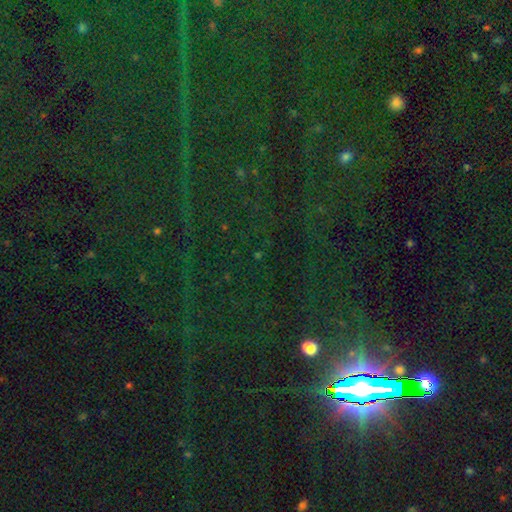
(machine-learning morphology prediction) Smooth or featured? Predicted: star or artifact (p=0.87).